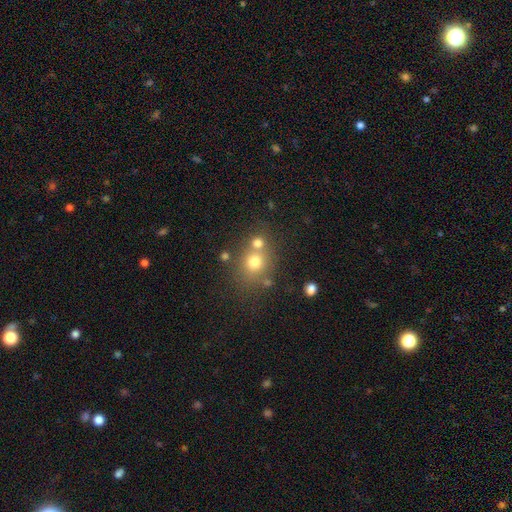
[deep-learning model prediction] smooth_or_featured: smooth (p=0.62) [alt: star or artifact p=0.22]
how_rounded: round (p=0.77) [alt: in between p=0.22]
merging: none (p=0.54) [alt: merger p=0.33]